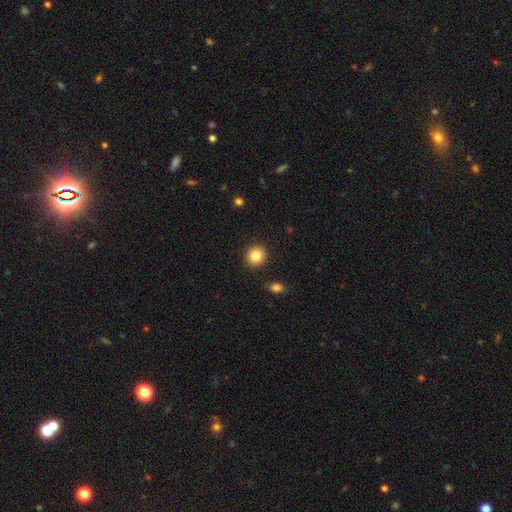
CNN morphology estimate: This appears to be a smooth galaxy with no disk features (87%) that is round (83%). Merging: none (89%).